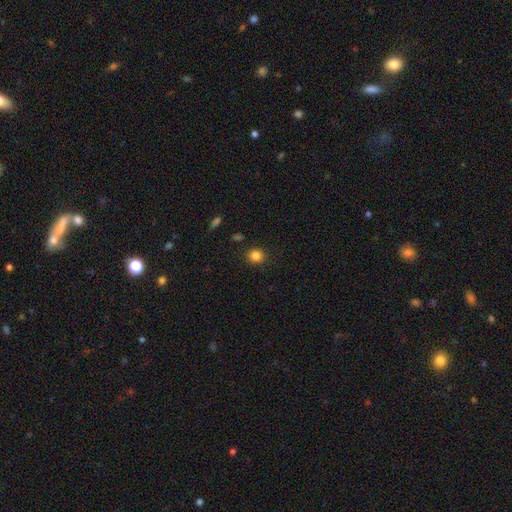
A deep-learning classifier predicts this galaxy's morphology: smooth_or_featured: smooth (p=0.83) [alt: star or artifact p=0.12]
how_rounded: round (p=0.86) [alt: in between p=0.13]
merging: none (p=0.88) [alt: minor disturbance p=0.08]